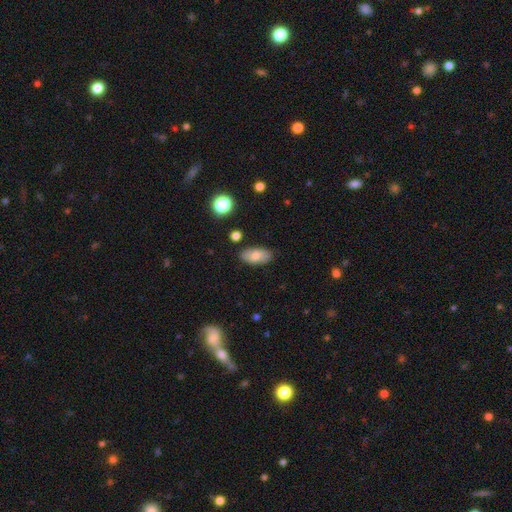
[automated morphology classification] The model was most divided on "smooth or featured": smooth: 78%, featured or disk: 14%, star or artifact: 8%. More confident: how rounded — in between (92%); merging — none (85%).